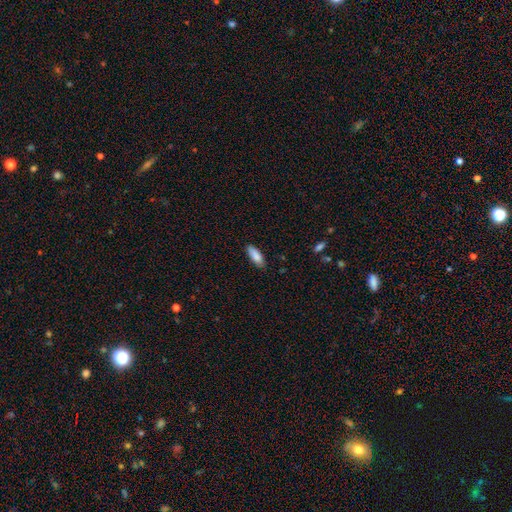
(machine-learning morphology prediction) Smooth or featured? smooth (87%)
How rounded? in between (68%)
Merging? none (83%)